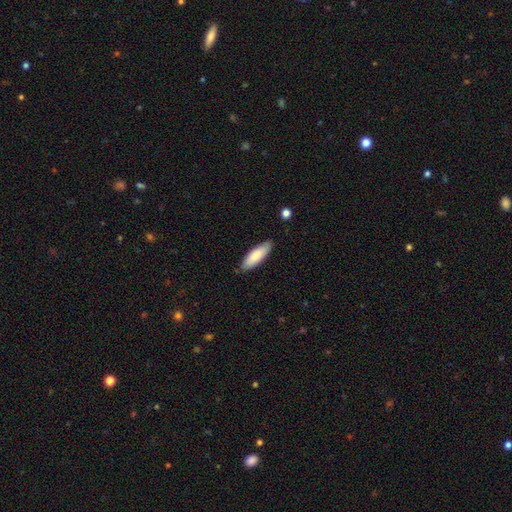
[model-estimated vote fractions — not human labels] This is clearly a smooth galaxy (83%). How rounded: possibly in between (55%). Merging: clearly none (81%).